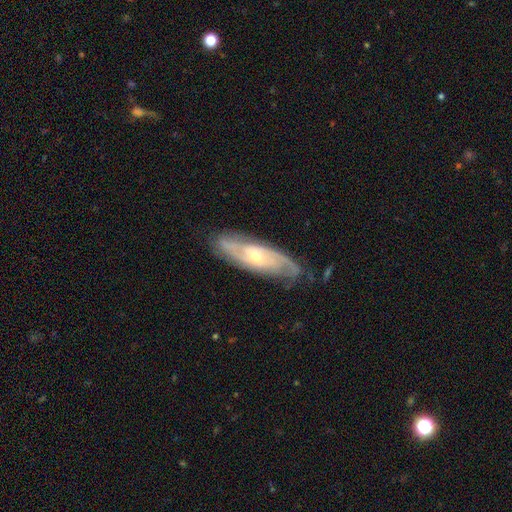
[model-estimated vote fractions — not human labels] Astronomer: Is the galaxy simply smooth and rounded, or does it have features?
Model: featured or disk — 81%.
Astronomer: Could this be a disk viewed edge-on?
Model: no — 81%.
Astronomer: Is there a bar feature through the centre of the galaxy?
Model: no — 52% (runner-up: weak, 38%).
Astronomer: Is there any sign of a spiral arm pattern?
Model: yes — 94%.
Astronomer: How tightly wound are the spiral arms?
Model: tight — 49% (runner-up: medium, 39%).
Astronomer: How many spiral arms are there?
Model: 2 — 46% (runner-up: can't tell, 30%).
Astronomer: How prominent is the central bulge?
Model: small — 52% (runner-up: moderate, 44%).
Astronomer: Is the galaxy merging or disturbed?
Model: none — 78%.